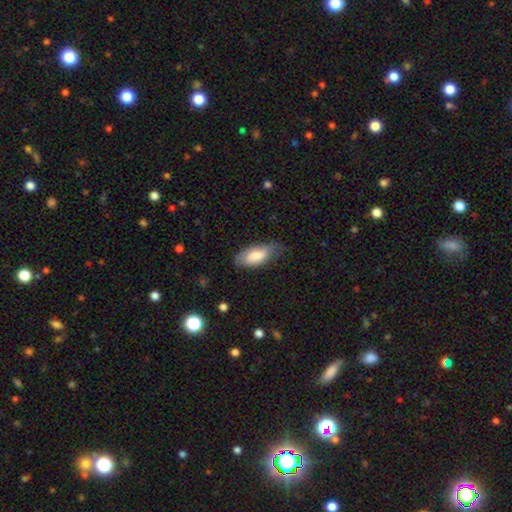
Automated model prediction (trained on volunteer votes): smooth-or-featured: smooth: 76% | featured or disk: 18% | star or artifact: 6%
  how-rounded: in between: 88% | cigar-shaped: 10% | round: 2%
  merging: none: 57% | minor disturbance: 33% | major disturbance: 8% | merger: 1%